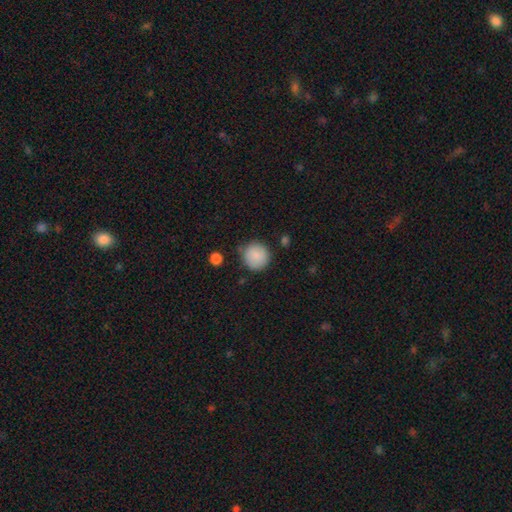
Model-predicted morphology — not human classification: Overall: smooth (88%). How rounded: round (91%). Merging: none (78%).